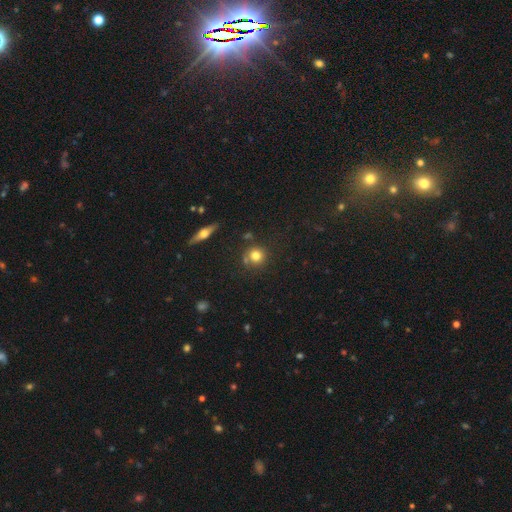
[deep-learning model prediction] Overall: smooth (76%). How rounded: round (90%). Merging: none (76%).